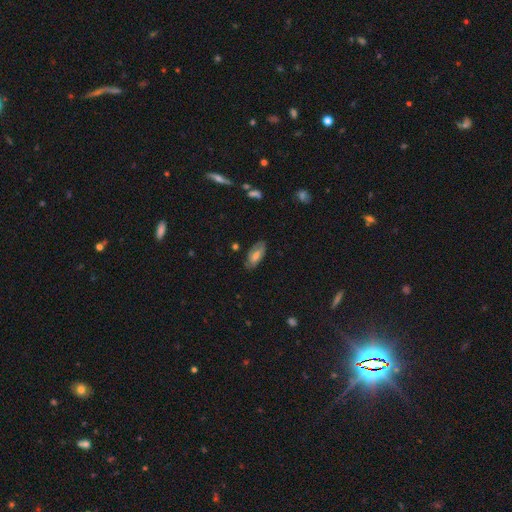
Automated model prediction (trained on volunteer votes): smooth_or_featured: smooth (p=0.47) [alt: featured or disk p=0.45]
merging: none (p=0.74) [alt: minor disturbance p=0.20]